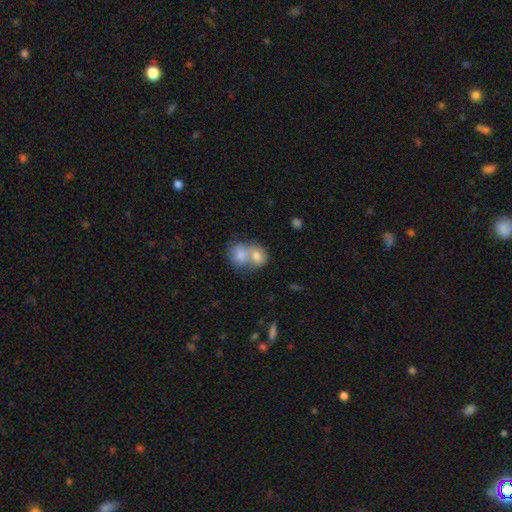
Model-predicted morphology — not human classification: A smooth galaxy with no disk features (76%) that is round (55%).

Vote fractions:
- Smooth or featured? smooth: 76% / featured or disk: 16% / star or artifact: 8%
- How rounded? round: 55% / in between: 44% / cigar-shaped: 1%
- Merging? merger: 74% / none: 18% / minor disturbance: 5% / major disturbance: 3%